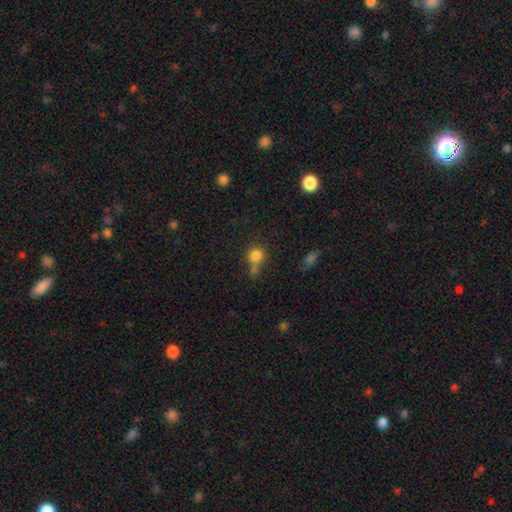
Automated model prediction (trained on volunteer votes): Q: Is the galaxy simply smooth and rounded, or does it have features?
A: smooth — 80%.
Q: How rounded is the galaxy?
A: round — 85%.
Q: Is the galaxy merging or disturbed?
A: none — 50%.